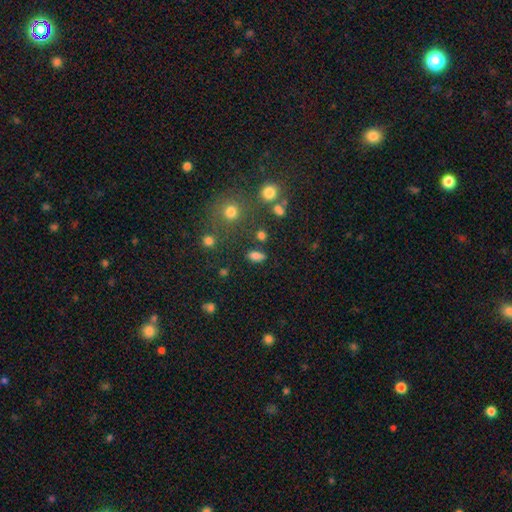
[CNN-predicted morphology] smooth-or-featured: smooth: 79% | star or artifact: 14% | featured or disk: 7%
  how-rounded: in between: 82% | round: 12% | cigar-shaped: 6%
  merging: none: 79% | minor disturbance: 12% | merger: 6% | major disturbance: 4%